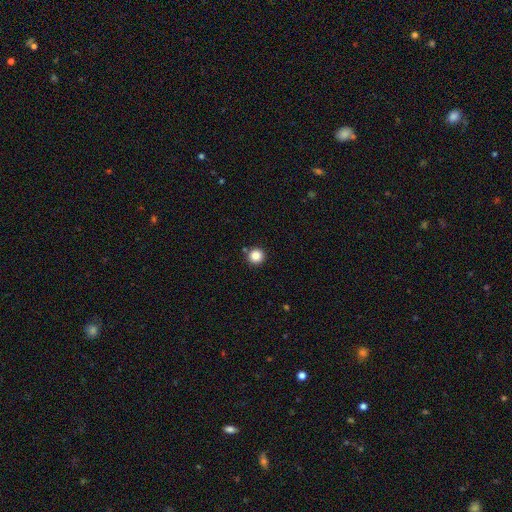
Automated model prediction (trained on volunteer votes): smooth_or_featured: smooth (p=0.85) [alt: star or artifact p=0.11]
how_rounded: round (p=0.96) [alt: in between p=0.03]
merging: none (p=0.88) [alt: minor disturbance p=0.06]